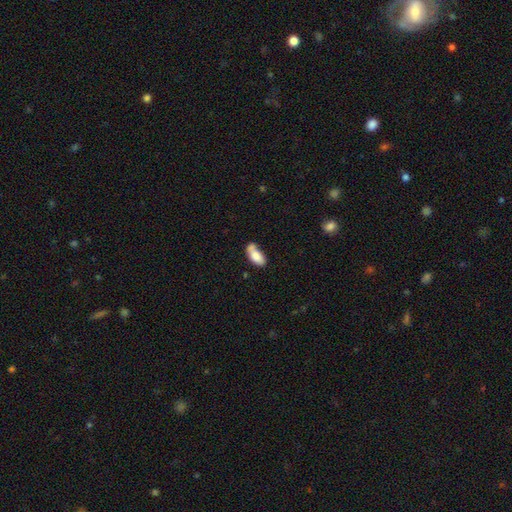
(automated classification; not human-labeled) A smooth galaxy with no disk features (79%) that is in between round and cigar-shaped (90%). Merging: none (39%).